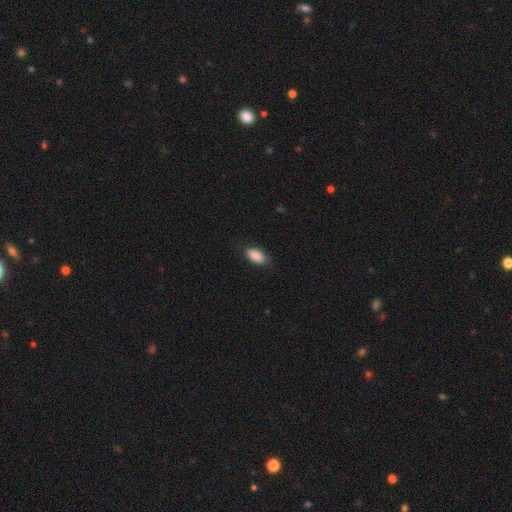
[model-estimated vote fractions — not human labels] A smooth galaxy with no disk features (89%) that is in between round and cigar-shaped (92%).

Vote fractions:
- Smooth or featured? smooth: 89% / star or artifact: 6% / featured or disk: 5%
- How rounded? in between: 92% / round: 4% / cigar-shaped: 4%
- Merging? none: 78% / minor disturbance: 17% / major disturbance: 4% / merger: 1%